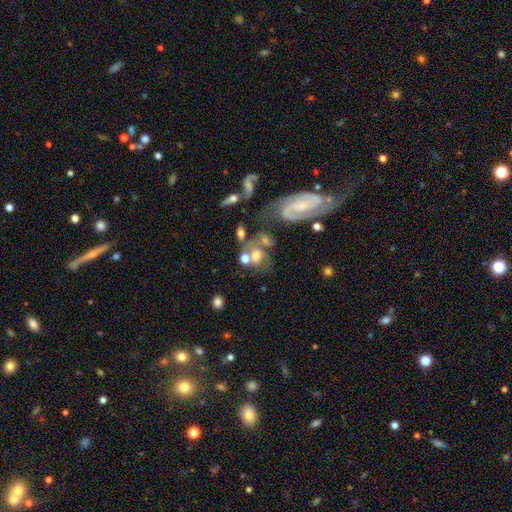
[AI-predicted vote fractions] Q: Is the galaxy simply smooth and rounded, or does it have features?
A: featured or disk — 49%.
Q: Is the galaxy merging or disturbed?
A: merger — 36%.